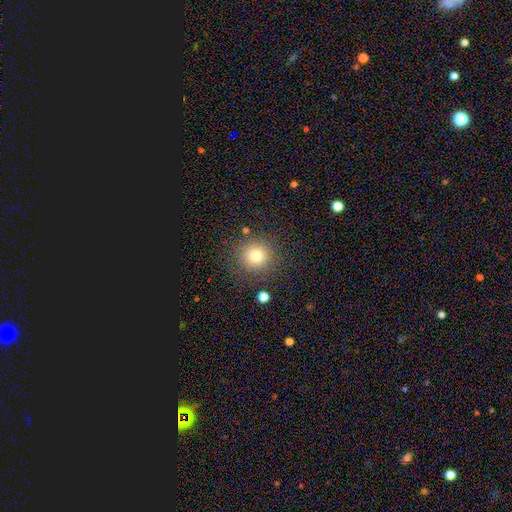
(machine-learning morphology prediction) type=smooth (77%); roundness=round (93%); merging=none (85%).